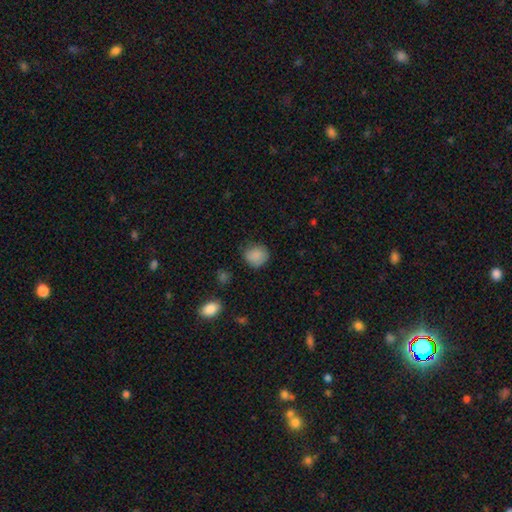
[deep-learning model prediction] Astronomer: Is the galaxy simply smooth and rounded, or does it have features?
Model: smooth — 86%.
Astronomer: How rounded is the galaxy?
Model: round — 81%.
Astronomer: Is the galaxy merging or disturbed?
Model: none — 76%.